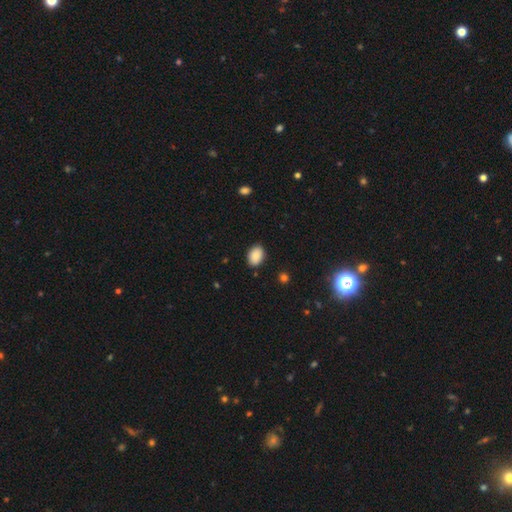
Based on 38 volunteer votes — Overall: smooth (95%). How rounded: in between (78%). Merging: none (81%).